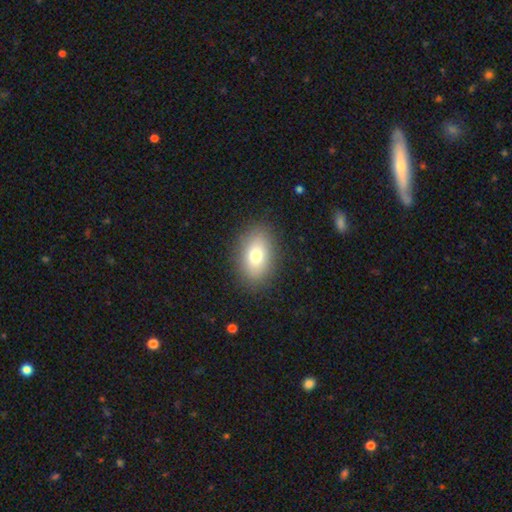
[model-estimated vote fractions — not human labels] smooth_or_featured: smooth (p=0.76) [alt: featured or disk p=0.15]
how_rounded: in between (p=0.84) [alt: round p=0.15]
merging: none (p=0.87) [alt: minor disturbance p=0.09]